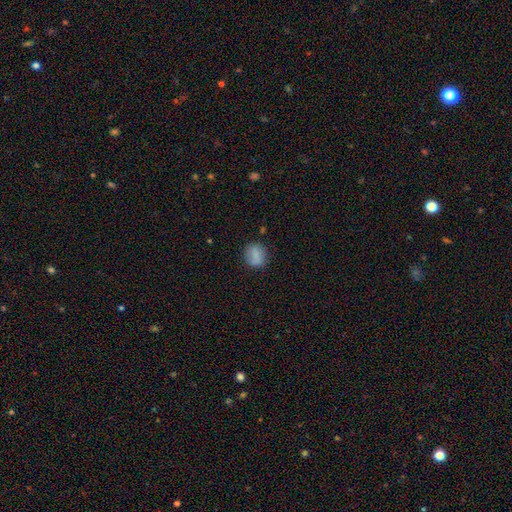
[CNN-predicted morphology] smooth 81%, featured or disk 10%, star or artifact 9%. Down the decision tree: how rounded — round (71%); merging — none (78%).